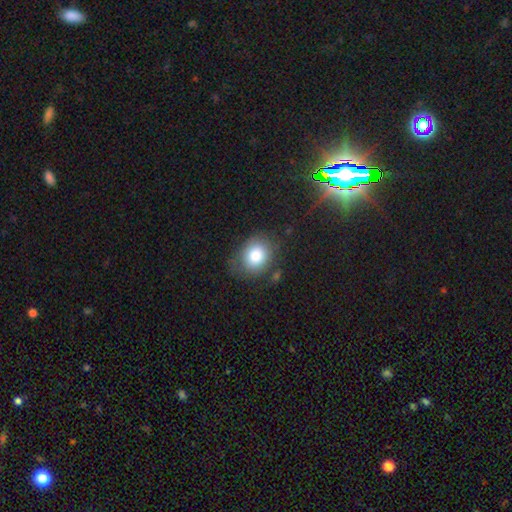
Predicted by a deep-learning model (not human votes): Smooth or featured? smooth (81%)
How rounded? round (56%)
Merging? none (71%)